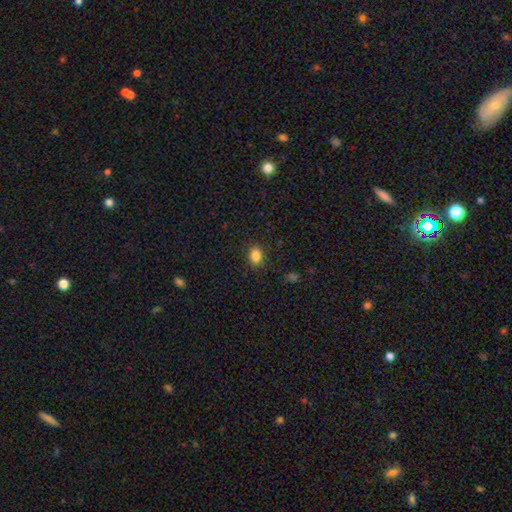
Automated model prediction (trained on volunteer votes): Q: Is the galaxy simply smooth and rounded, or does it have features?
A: smooth — 85%.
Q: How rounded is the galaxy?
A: in between — 70%.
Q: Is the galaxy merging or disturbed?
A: none — 87%.